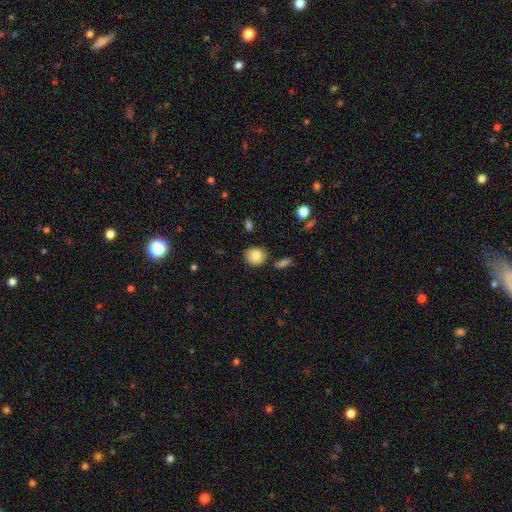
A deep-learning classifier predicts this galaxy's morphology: This is clearly a smooth galaxy (82%). How rounded: clearly round (82%). Merging: clearly none (83%).